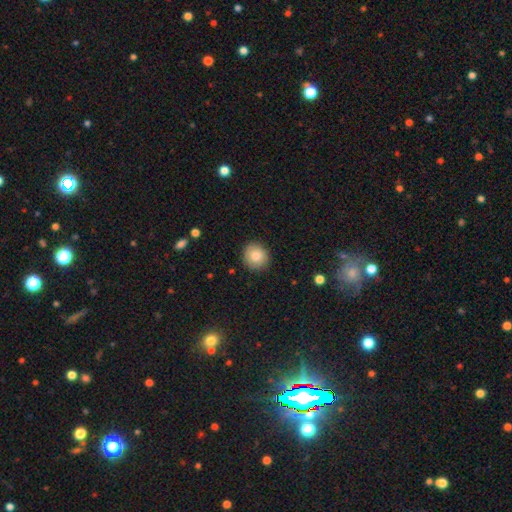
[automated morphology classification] This appears to be a smooth galaxy with no disk features (82%) that is round (91%). Merging: none (90%).